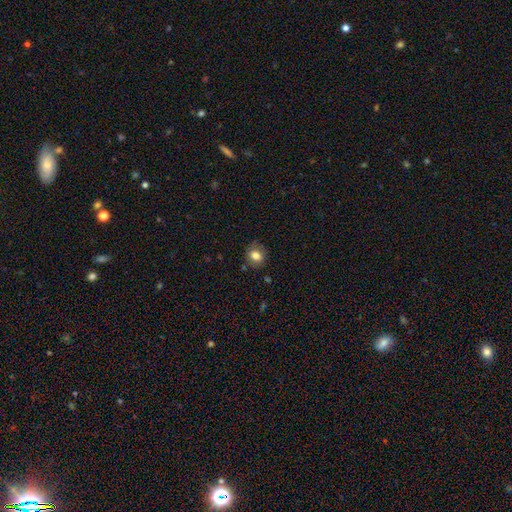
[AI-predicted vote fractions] This appears to be a smooth galaxy with no disk features (80%) that is round (72%). Merging: none (78%).